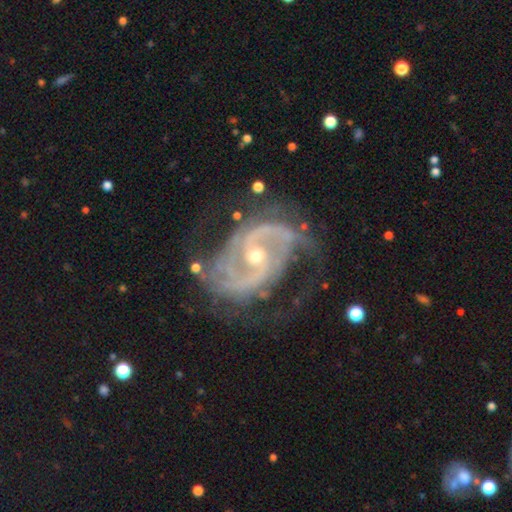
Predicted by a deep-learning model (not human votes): smooth-or-featured: featured or disk: 91% | star or artifact: 5% | smooth: 4%
  disk-edge-on: no: 97% | yes: 3%
    bar: no: 41% | weak: 39% | strong: 20%
    has-spiral-arms: yes: 97% | no: 3%
      spiral-winding: medium: 49% | tight: 34% | loose: 17%
      spiral-arm-count: 2: 79% | can't tell: 7% | 3: 6% | 1: 3% | 4: 2% | more than 4: 2%
    bulge-size: small: 51% | moderate: 46% | large: 2% | none: 1% | dominant: 1%
  merging: none: 62% | minor disturbance: 22% | major disturbance: 14% | merger: 2%